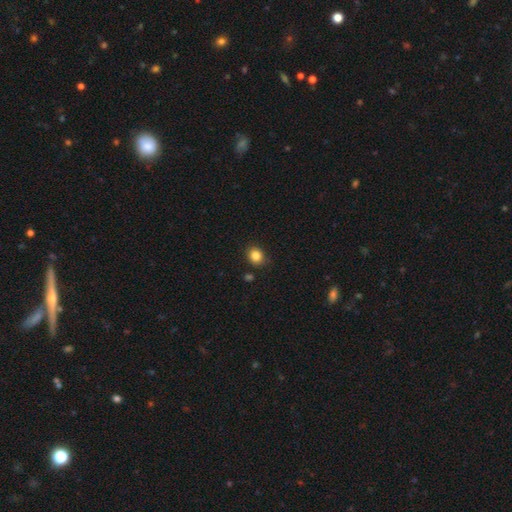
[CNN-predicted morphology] This is clearly a smooth galaxy (84%). How rounded: likely round (72%). Merging: clearly none (85%).